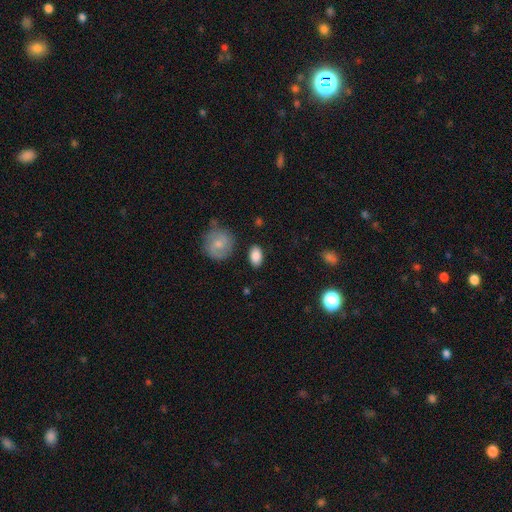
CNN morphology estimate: This appears to be a smooth galaxy with no disk features (85%) that is in between round and cigar-shaped (86%). Merging: none (85%).